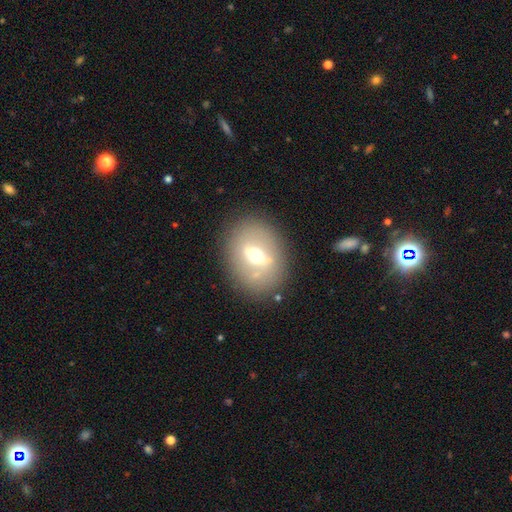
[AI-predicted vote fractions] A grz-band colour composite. It shows a featured or disk galaxy (50%). Merging: none (80%).